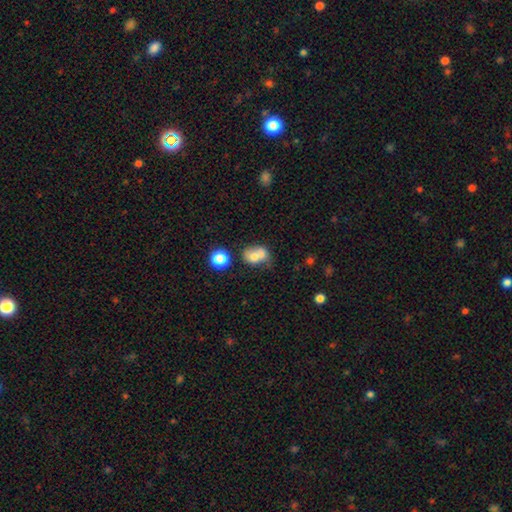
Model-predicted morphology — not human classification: Smooth or featured? Predicted: smooth (p=0.69). How rounded? Predicted: round (p=0.51). Merging? Predicted: merger (p=0.57).